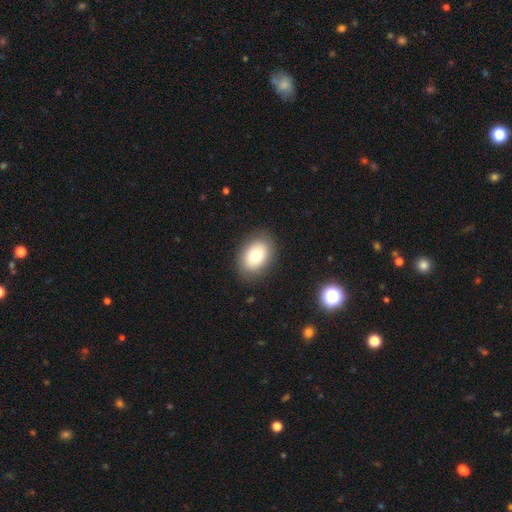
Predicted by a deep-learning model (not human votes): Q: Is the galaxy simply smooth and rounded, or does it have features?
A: smooth — 78%.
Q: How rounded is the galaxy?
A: in between — 78%.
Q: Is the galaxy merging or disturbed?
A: none — 86%.